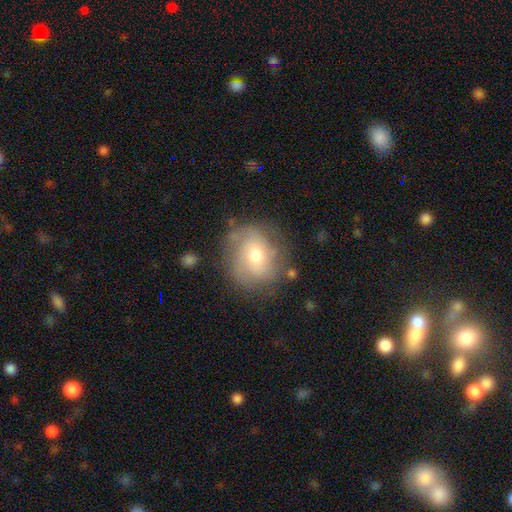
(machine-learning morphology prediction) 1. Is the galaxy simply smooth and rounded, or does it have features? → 47% smooth, 44% featured or disk, 10% star or artifact.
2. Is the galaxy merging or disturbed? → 67% none, 20% minor disturbance, 9% major disturbance, 3% merger.